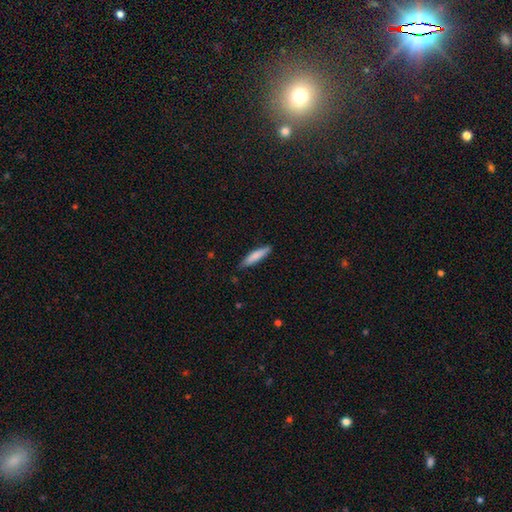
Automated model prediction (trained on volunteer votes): smooth 80%, featured or disk 15%, star or artifact 5%. Down the decision tree: how rounded — cigar-shaped (83%); merging — none (83%).